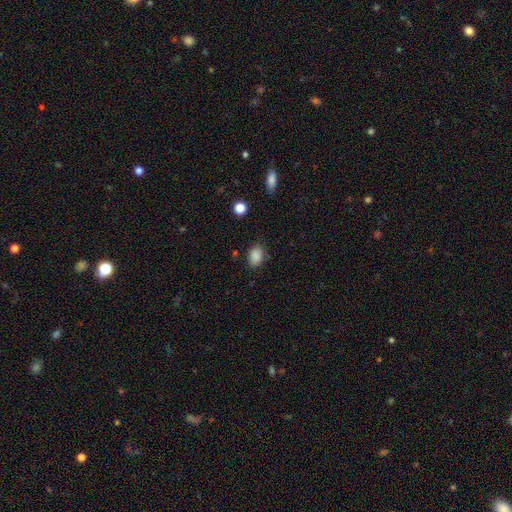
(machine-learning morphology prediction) Smooth or featured? Predicted: smooth (p=0.86). How rounded? Predicted: in between (p=0.75). Merging? Predicted: none (p=0.80).